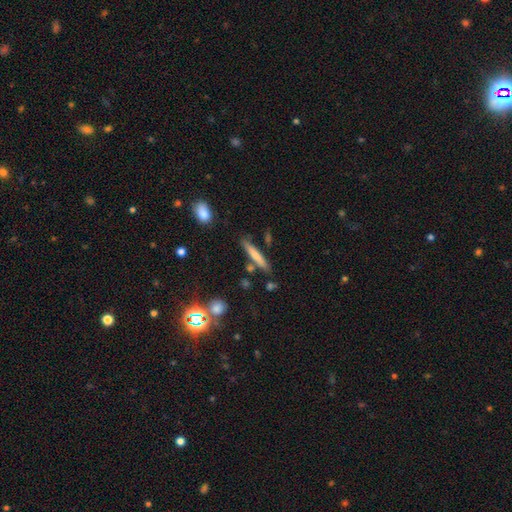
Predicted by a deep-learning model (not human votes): Morphology: type=smooth (65%); roundness=cigar-shaped (91%); merging=none (78%).